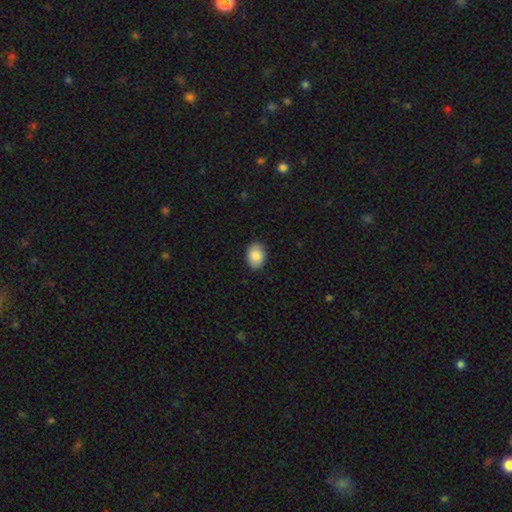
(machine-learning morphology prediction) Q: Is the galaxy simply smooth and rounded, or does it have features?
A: smooth — 87%.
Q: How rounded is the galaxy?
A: in between — 76%.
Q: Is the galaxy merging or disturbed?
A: none — 89%.